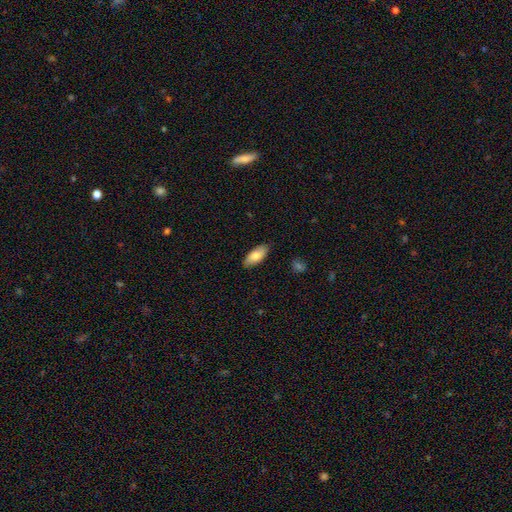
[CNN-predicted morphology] Smooth or featured? smooth (79%)
How rounded? in between (86%)
Merging? none (85%)